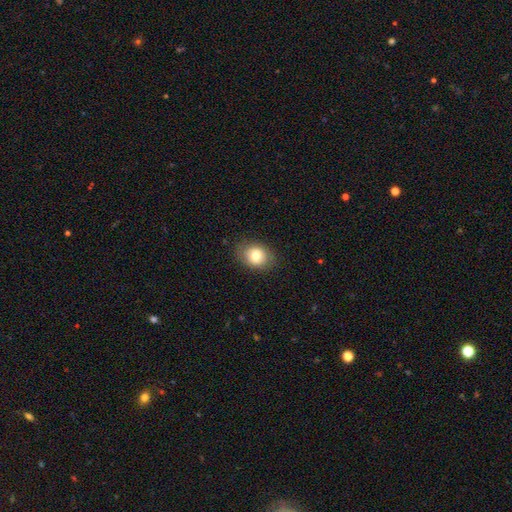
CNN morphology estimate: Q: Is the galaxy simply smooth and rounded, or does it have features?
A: smooth — 76%.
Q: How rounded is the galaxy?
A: in between — 51%.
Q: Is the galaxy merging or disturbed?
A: none — 83%.